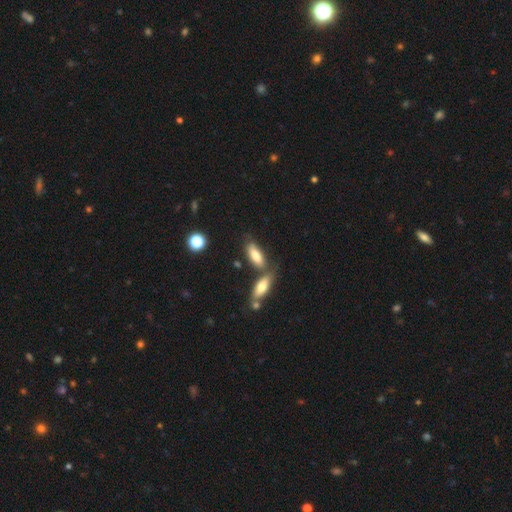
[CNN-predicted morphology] Smooth or featured: smooth — 76% (featured or disk — 17%)
How rounded: in between — 71% (cigar-shaped — 26%)
Merging: none — 57% (merger — 24%)